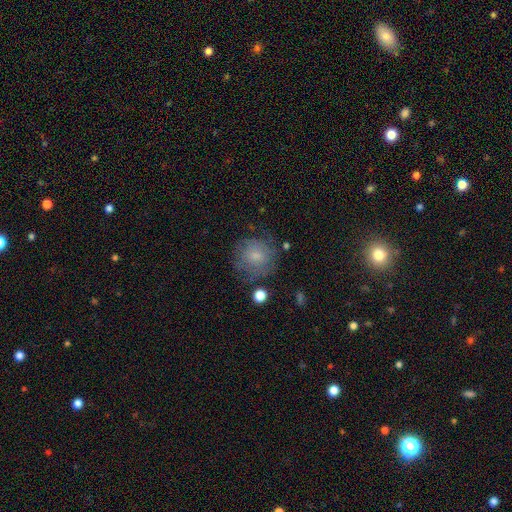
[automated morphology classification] type=smooth (72%); roundness=round (88%); merging=none (66%).